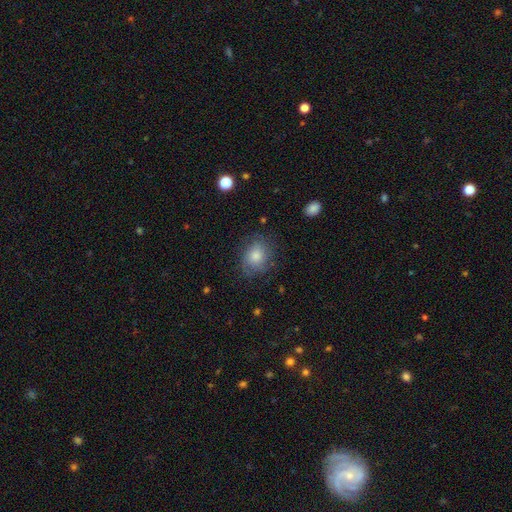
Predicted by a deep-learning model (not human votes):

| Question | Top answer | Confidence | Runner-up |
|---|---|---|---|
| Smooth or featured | smooth | 57% | featured or disk (31%) |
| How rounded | round | 60% | in between (39%) |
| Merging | none | 73% | minor disturbance (18%) |